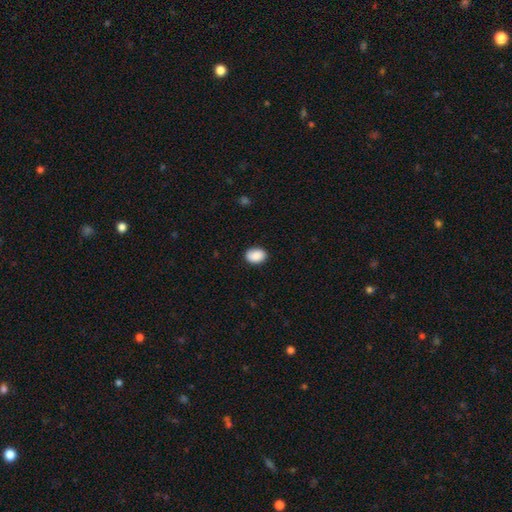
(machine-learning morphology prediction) Q: Smooth or featured?
A: smooth (89%); runner-up: star or artifact (7%)
Q: How rounded?
A: in between (78%); runner-up: round (21%)
Q: Merging?
A: none (87%); runner-up: minor disturbance (10%)